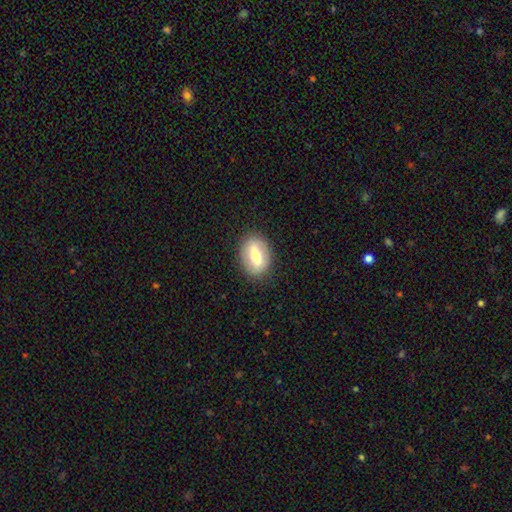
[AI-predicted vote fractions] This appears to be a smooth galaxy with no disk features (59%) that is in between round and cigar-shaped (80%). Merging: none (84%).